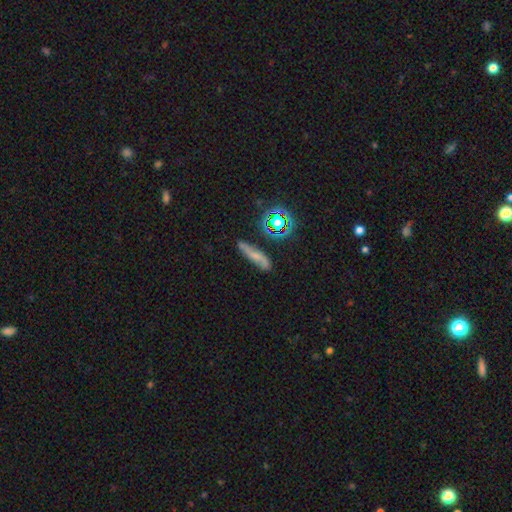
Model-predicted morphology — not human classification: smooth-or-featured: smooth: 44% | featured or disk: 37% | star or artifact: 19%
  merging: none: 63% | minor disturbance: 23% | major disturbance: 8% | merger: 5%